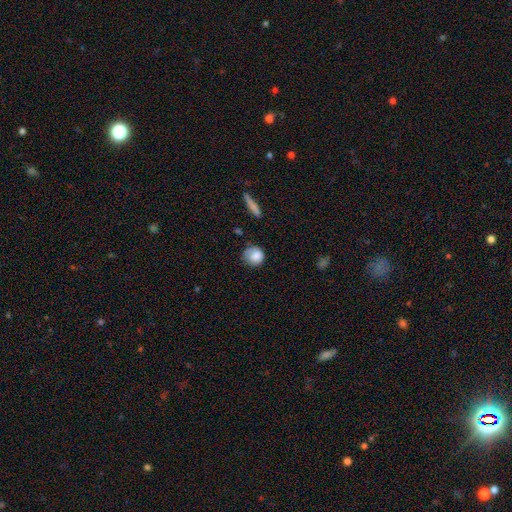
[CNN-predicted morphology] A smooth galaxy with no disk features (82%) that is round (85%). Merging: none (62%).